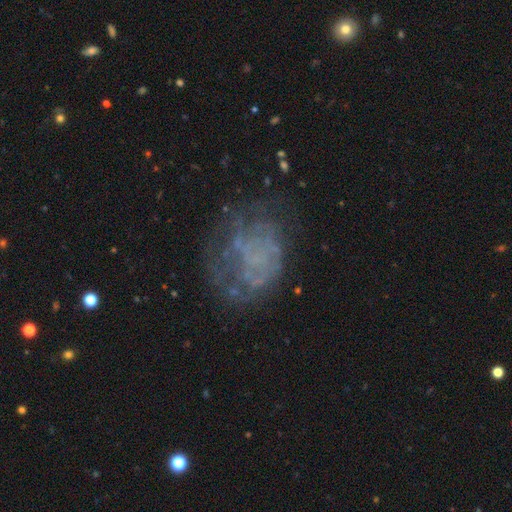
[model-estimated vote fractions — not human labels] Smooth or featured? Predicted: featured or disk (p=0.58). Edge-on disk? Predicted: no (p=0.98). Bar? Predicted: no (p=0.91). Spiral arms? Predicted: no (p=0.71). Bulge size? Predicted: none (p=0.83). Merging? Predicted: none (p=0.55).